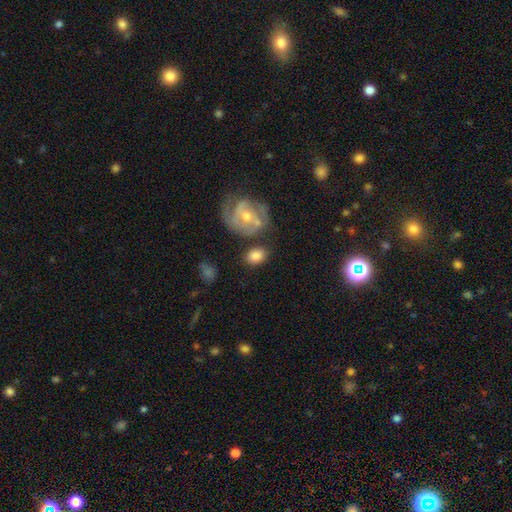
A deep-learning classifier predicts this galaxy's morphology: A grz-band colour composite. It shows a smooth galaxy with no disk features (73%) that is in between round and cigar-shaped (67%). Merging: none (64%).